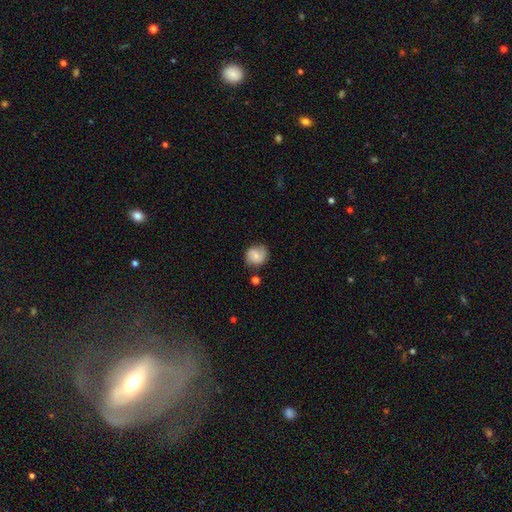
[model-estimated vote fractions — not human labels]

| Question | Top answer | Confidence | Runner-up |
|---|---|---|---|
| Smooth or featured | smooth | 57% | featured or disk (34%) |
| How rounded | round | 78% | in between (21%) |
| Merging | none | 71% | minor disturbance (20%) |